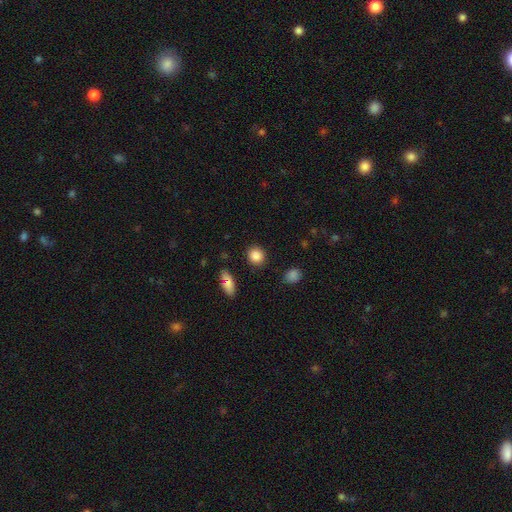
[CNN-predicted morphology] Q: Smooth or featured?
A: smooth (86%); runner-up: star or artifact (9%)
Q: How rounded?
A: round (81%); runner-up: in between (18%)
Q: Merging?
A: none (89%); runner-up: minor disturbance (7%)